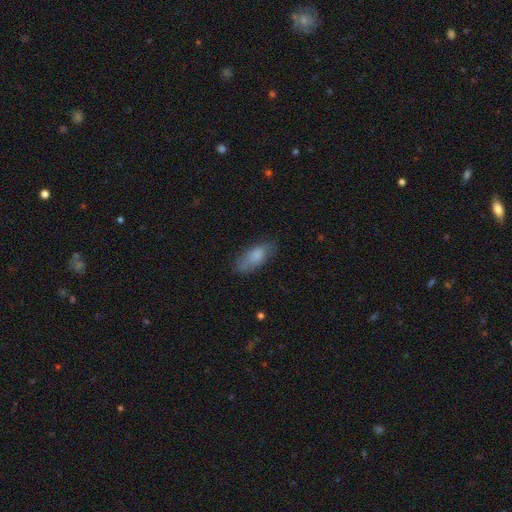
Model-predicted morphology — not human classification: Overall: smooth (80%). How rounded: in between (75%). Merging: none (74%).